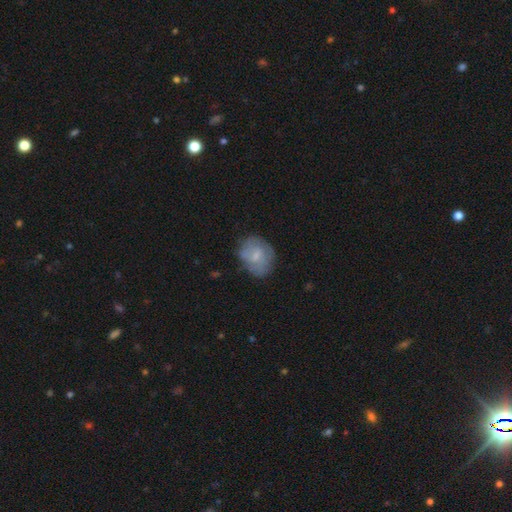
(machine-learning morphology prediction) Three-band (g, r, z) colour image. It shows a smooth galaxy with no disk features (60%) that is in between round and cigar-shaped (50%). Merging: none (61%).